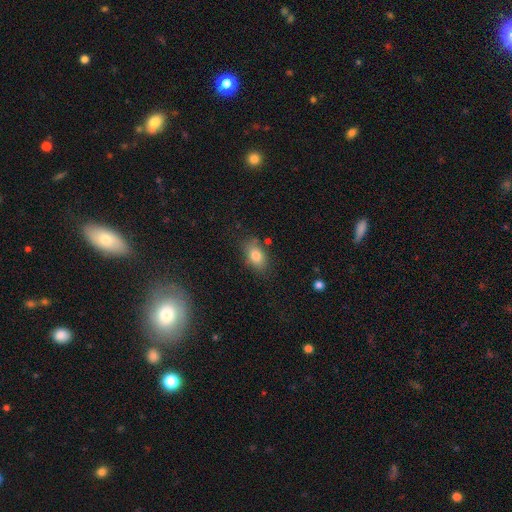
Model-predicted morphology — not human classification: smooth-or-featured: smooth: 80% | featured or disk: 11% | star or artifact: 9%
  how-rounded: in between: 85% | round: 12% | cigar-shaped: 3%
  merging: none: 76% | minor disturbance: 16% | major disturbance: 4% | merger: 3%